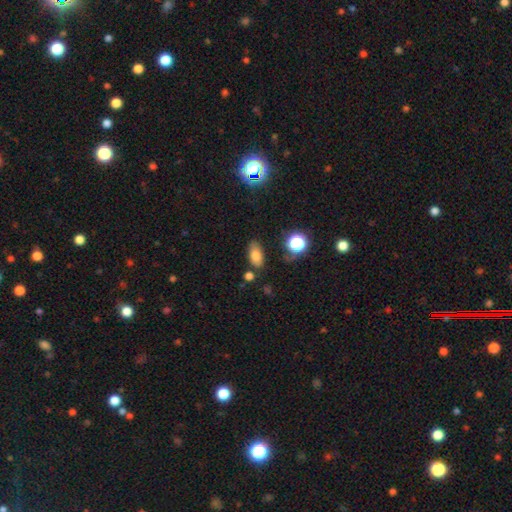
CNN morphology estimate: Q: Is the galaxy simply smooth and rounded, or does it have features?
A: smooth — 78%.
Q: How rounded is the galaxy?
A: in between — 88%.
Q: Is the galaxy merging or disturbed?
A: none — 74%.